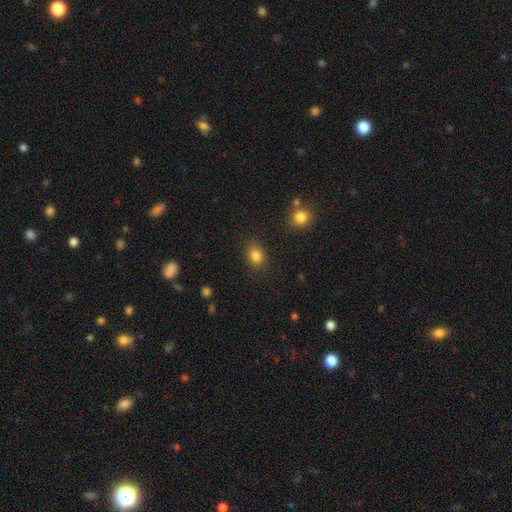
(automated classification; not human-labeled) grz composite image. It shows a smooth galaxy with no disk features (83%) that is in between round and cigar-shaped (58%). Merging: none (81%).